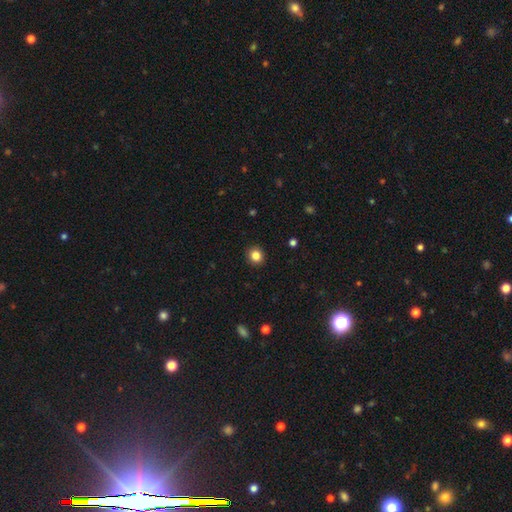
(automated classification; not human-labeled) Overall: smooth (84%). How rounded: round (87%). Merging: none (92%).